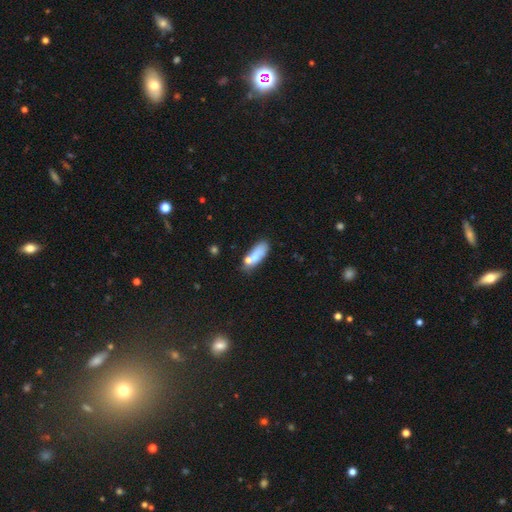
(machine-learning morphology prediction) type=smooth (72%); roundness=in between (65%); merging=none (48%).